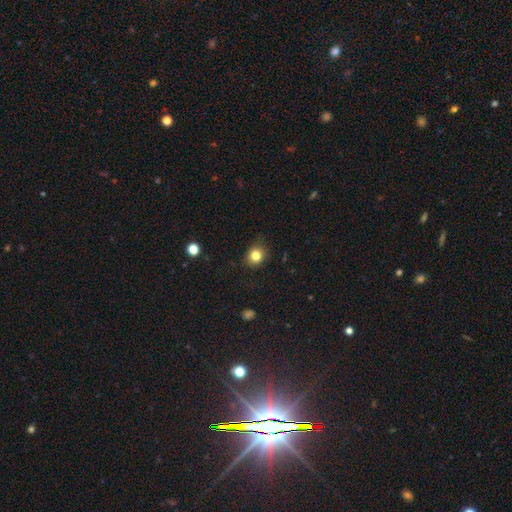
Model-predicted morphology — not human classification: Smooth or featured? Predicted: smooth (p=0.82). How rounded? Predicted: round (p=0.74). Merging? Predicted: none (p=0.84).